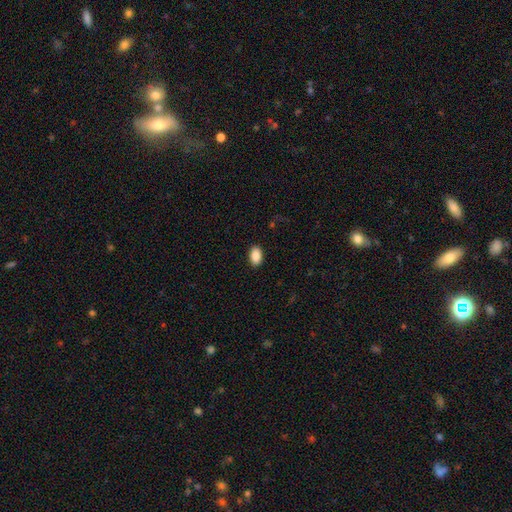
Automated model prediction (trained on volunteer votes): smooth_or_featured: smooth (p=0.90) [alt: star or artifact p=0.07]
how_rounded: in between (p=0.91) [alt: round p=0.07]
merging: none (p=0.89) [alt: minor disturbance p=0.08]